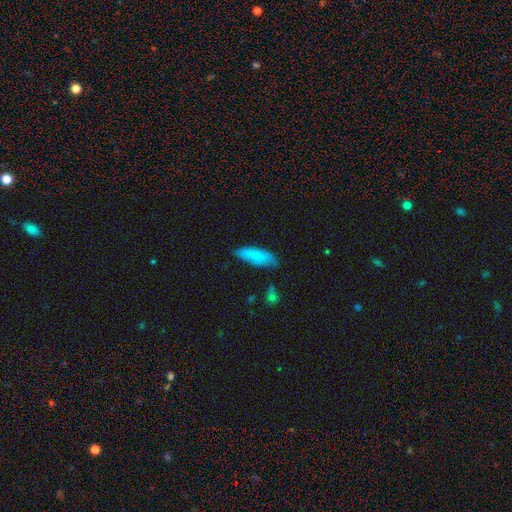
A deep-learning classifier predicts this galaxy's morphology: smooth 80%, featured or disk 14%, star or artifact 6%. Down the decision tree: how rounded — in between (55%); merging — none (64%).